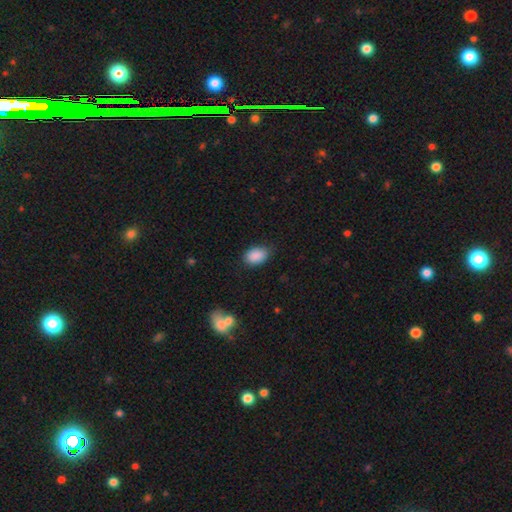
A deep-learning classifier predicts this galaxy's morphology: Smooth or featured? smooth (89%)
How rounded? in between (87%)
Merging? none (80%)